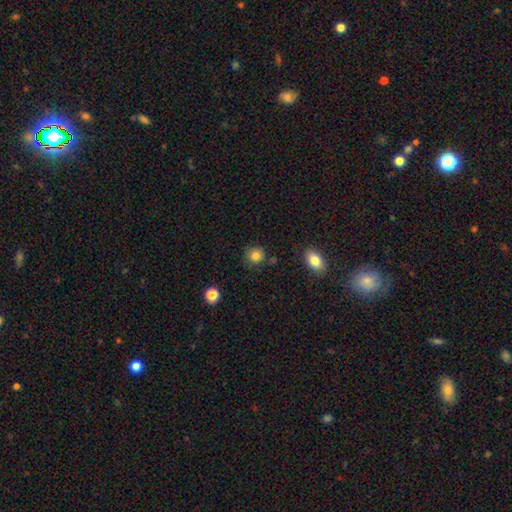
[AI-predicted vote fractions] Overall: smooth (84%). How rounded: round (87%). Merging: none (81%).